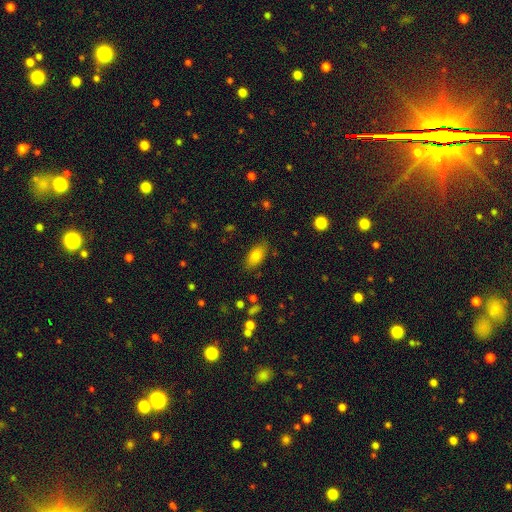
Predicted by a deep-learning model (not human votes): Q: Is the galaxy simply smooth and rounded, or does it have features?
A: smooth — 80%.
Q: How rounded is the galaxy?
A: in between — 89%.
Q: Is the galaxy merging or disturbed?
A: none — 83%.